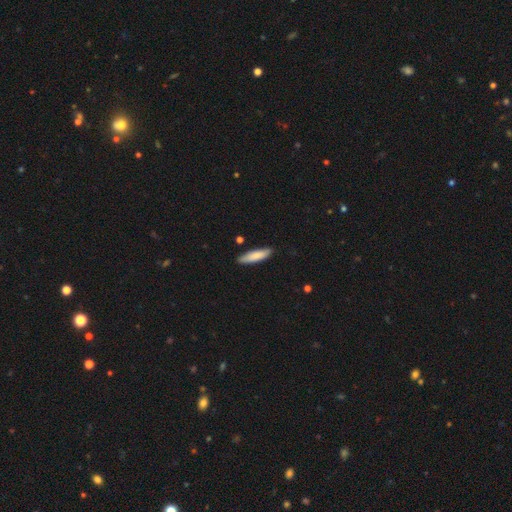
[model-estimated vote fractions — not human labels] smooth-or-featured: smooth: 82% | featured or disk: 12% | star or artifact: 6%
  how-rounded: cigar-shaped: 70% | in between: 28% | round: 1%
  merging: none: 85% | minor disturbance: 11% | major disturbance: 2% | merger: 2%